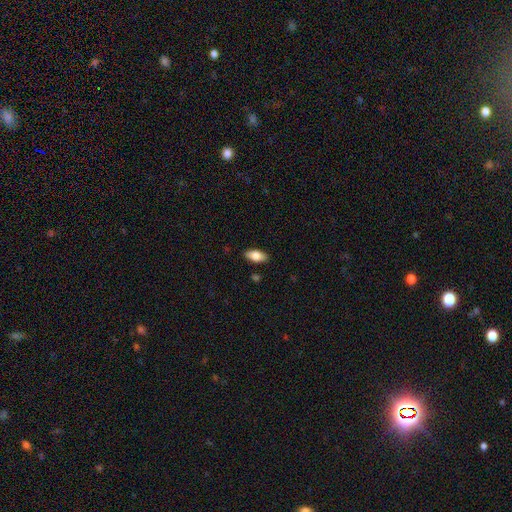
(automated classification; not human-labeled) smooth 80%, featured or disk 13%, star or artifact 7%. Down the decision tree: how rounded — in between (90%); merging — none (88%).